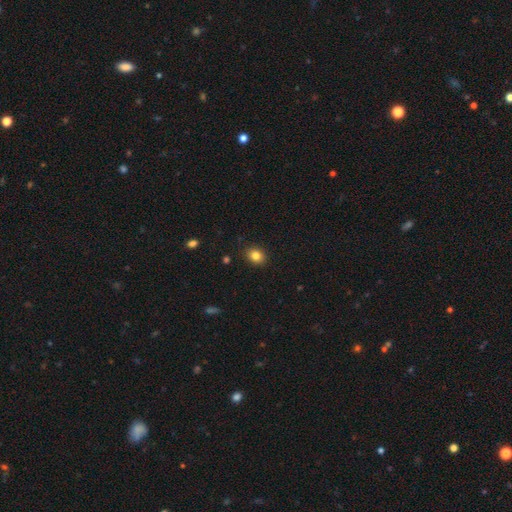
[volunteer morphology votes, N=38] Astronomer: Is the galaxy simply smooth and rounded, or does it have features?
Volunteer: smooth — 95%.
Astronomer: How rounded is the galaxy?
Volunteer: in between — 53% (runner-up: round, 47%).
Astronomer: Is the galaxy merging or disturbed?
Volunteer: none — 92%.